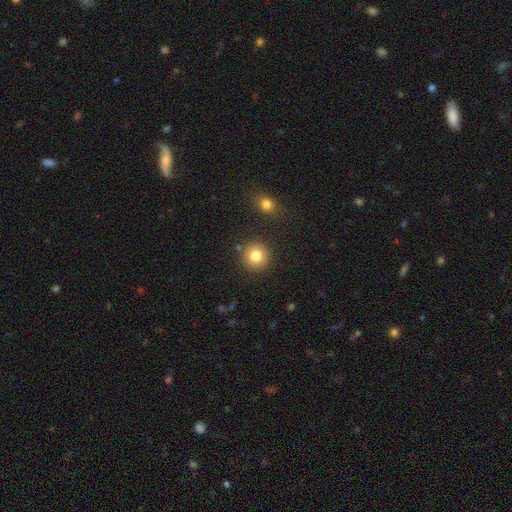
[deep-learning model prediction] This is clearly a smooth galaxy (82%). How rounded: clearly round (93%). Merging: clearly none (86%).